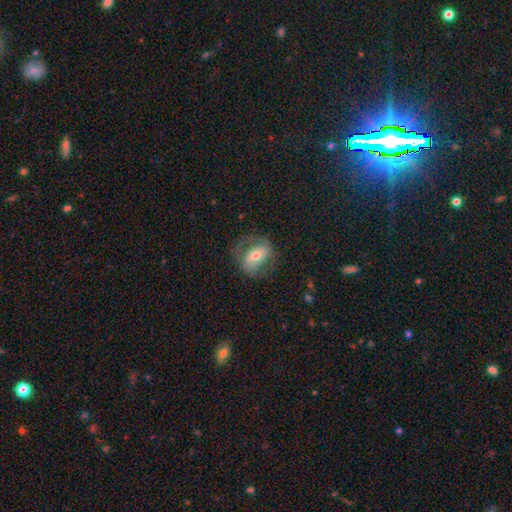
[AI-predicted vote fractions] This appears to be a featured or disk galaxy (56%) with no bar (36%), spiral arms (67%) and a moderate central bulge (65%). Merging: none (65%).